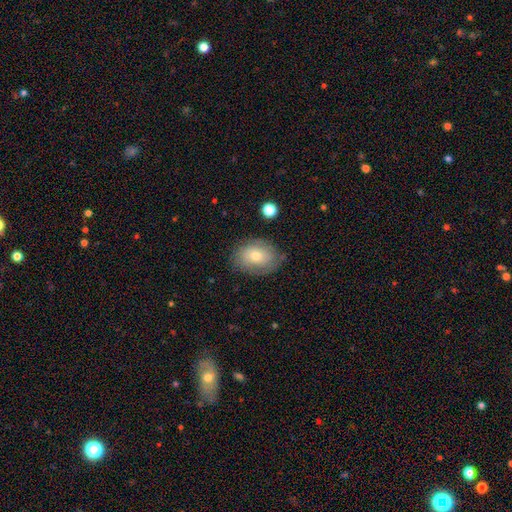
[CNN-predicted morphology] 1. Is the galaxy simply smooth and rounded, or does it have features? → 61% smooth, 30% featured or disk, 9% star or artifact.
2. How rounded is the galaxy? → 67% in between, 32% round, 1% cigar-shaped.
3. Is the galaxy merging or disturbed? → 76% none, 18% minor disturbance, 5% major disturbance, 2% merger.